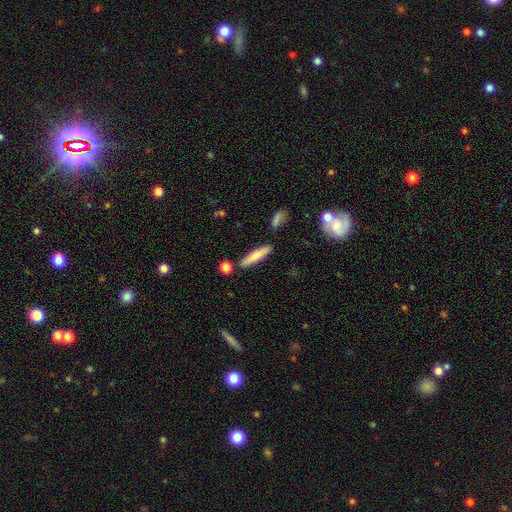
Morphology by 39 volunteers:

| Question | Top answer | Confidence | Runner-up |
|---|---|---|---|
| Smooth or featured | smooth | 79% | featured or disk (15%) |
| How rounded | cigar-shaped | 94% | round (3%) |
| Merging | none | 92% | minor disturbance (5%) |